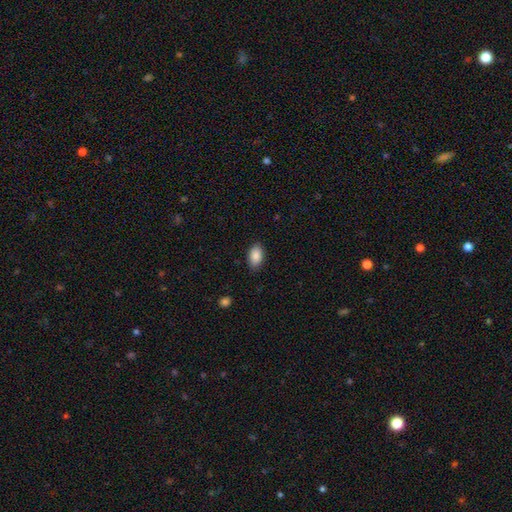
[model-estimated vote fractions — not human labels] smooth-or-featured: smooth: 89% | star or artifact: 7% | featured or disk: 4%
  how-rounded: in between: 93% | round: 5% | cigar-shaped: 2%
  merging: none: 87% | minor disturbance: 10% | major disturbance: 2% | merger: 1%